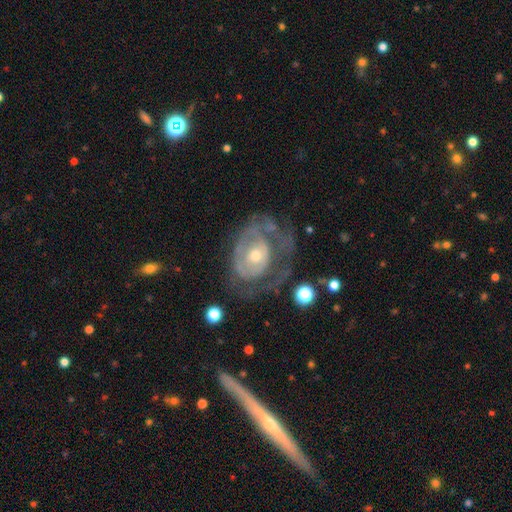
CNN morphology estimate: smooth-or-featured: featured or disk: 76% | smooth: 17% | star or artifact: 7%
  disk-edge-on: no: 96% | yes: 4%
    bar: no: 78% | weak: 18% | strong: 4%
    has-spiral-arms: yes: 65% | no: 35%
    bulge-size: moderate: 49% | small: 45% | large: 4% | none: 2% | dominant: 1%
  merging: none: 40% | major disturbance: 35% | minor disturbance: 22% | merger: 3%